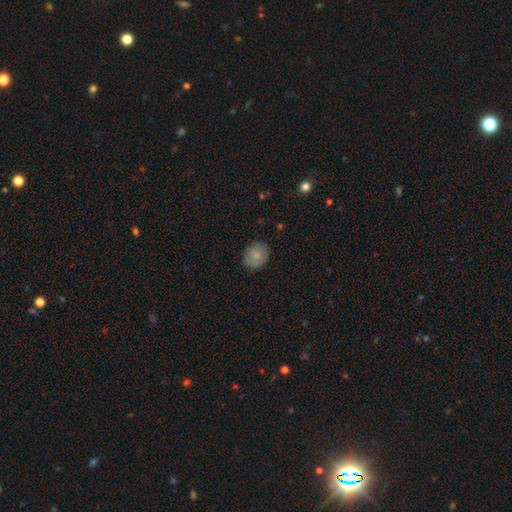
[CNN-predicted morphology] Smooth or featured: smooth — 81% (featured or disk — 11%)
How rounded: round — 68% (in between — 31%)
Merging: none — 83% (minor disturbance — 13%)